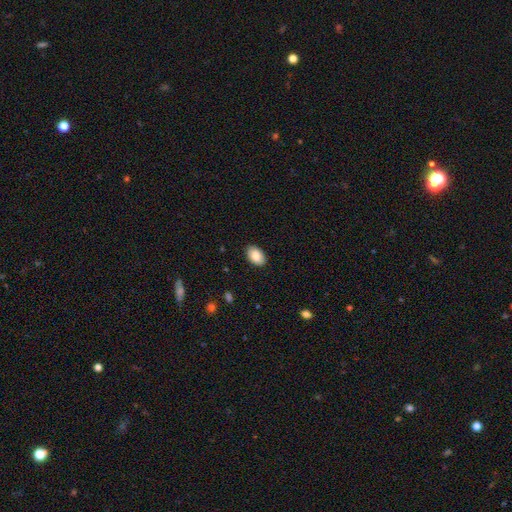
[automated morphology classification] A smooth galaxy with no disk features (85%) that is in between round and cigar-shaped (90%).

Vote fractions:
- Smooth or featured? smooth: 85% / featured or disk: 8% / star or artifact: 7%
- How rounded? in between: 90% / round: 9% / cigar-shaped: 1%
- Merging? none: 89% / minor disturbance: 8% / major disturbance: 2% / merger: 1%